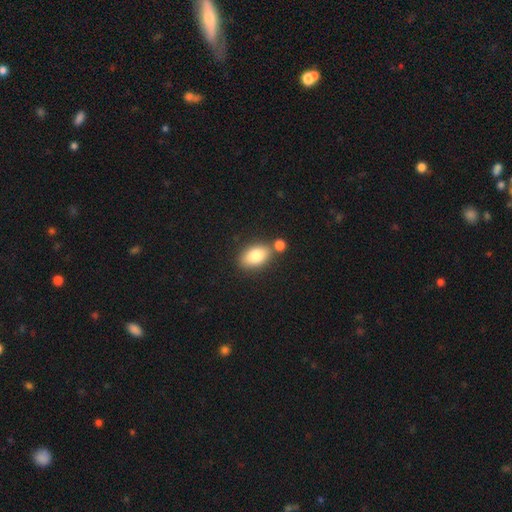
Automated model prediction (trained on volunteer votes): A smooth galaxy with no disk features (81%) that is in between round and cigar-shaped (90%). Merging: none (68%).